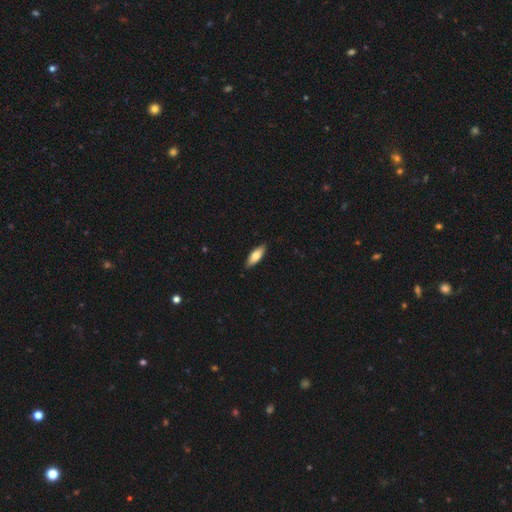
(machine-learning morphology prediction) Smooth or featured? smooth (72%)
How rounded? in between (67%)
Merging? none (88%)